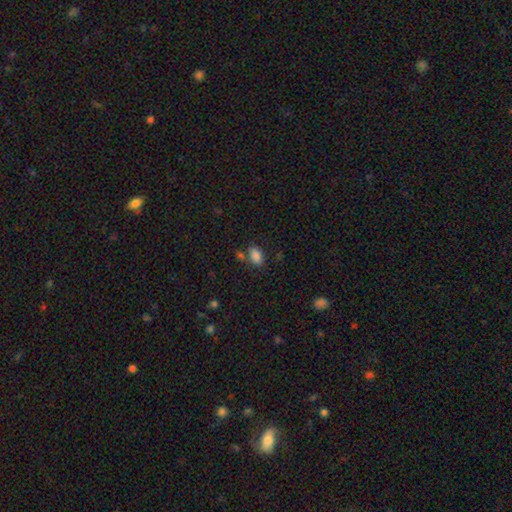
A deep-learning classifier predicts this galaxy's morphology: A smooth galaxy with no disk features (85%) that is in between round and cigar-shaped (91%). Merging: none (65%).